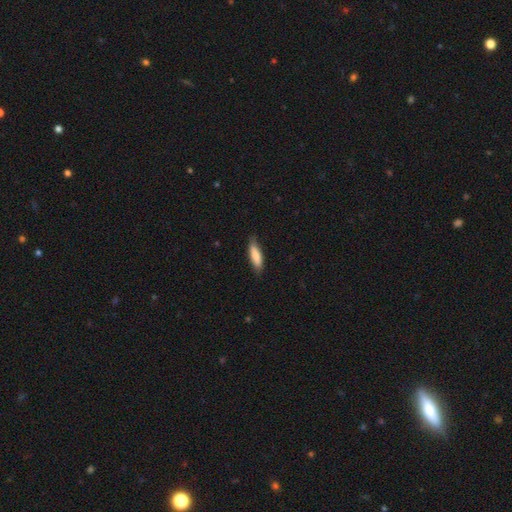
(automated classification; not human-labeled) Overall: smooth (82%). How rounded: cigar-shaped (58%; in between 40%). Merging: none (78%).